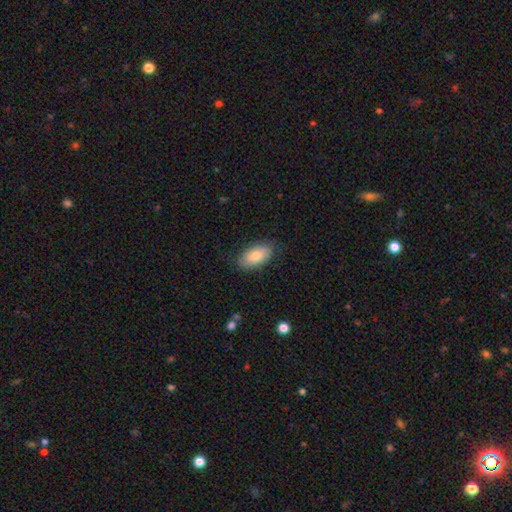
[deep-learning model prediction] smooth_or_featured: smooth (p=0.83) [alt: featured or disk p=0.11]
how_rounded: in between (p=0.92) [alt: cigar-shaped p=0.05]
merging: none (p=0.83) [alt: minor disturbance p=0.13]